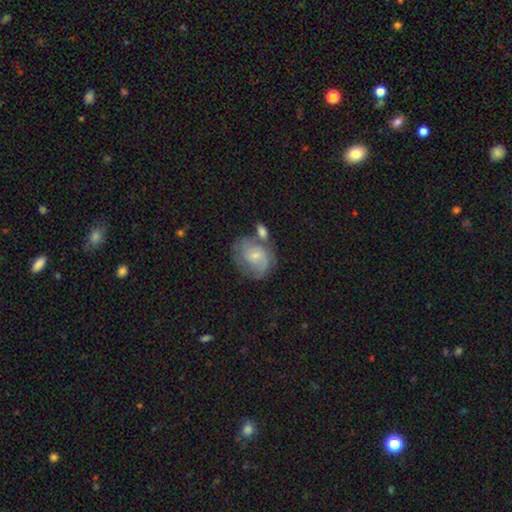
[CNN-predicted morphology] featured or disk 56%, smooth 37%, star or artifact 7%. Down the decision tree: edge-on disk — no (97%); bar — no (67%); spiral arms — yes (80%); bulge size — small (66%); merging — none (45%).